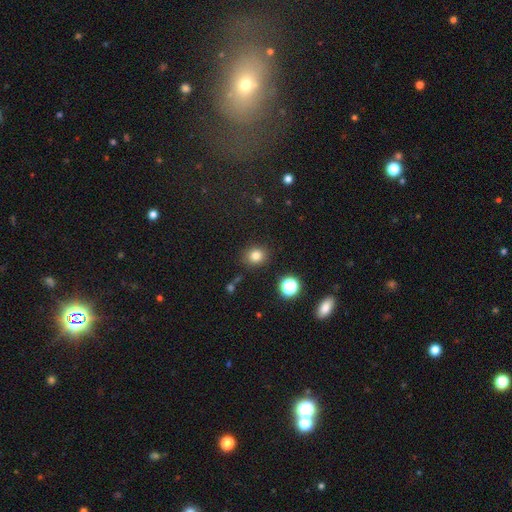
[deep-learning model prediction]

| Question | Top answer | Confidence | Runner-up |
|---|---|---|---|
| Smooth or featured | smooth | 78% | star or artifact (15%) |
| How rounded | round | 75% | in between (24%) |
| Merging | none | 85% | minor disturbance (9%) |